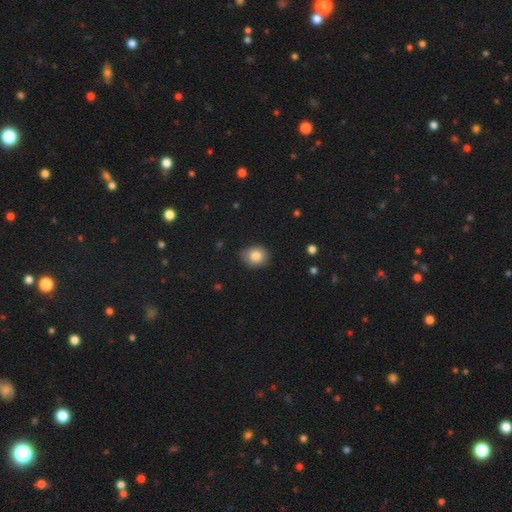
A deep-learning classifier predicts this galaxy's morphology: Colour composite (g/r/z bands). It shows a smooth galaxy with no disk features (82%) that is round (51%). Merging: none (77%).